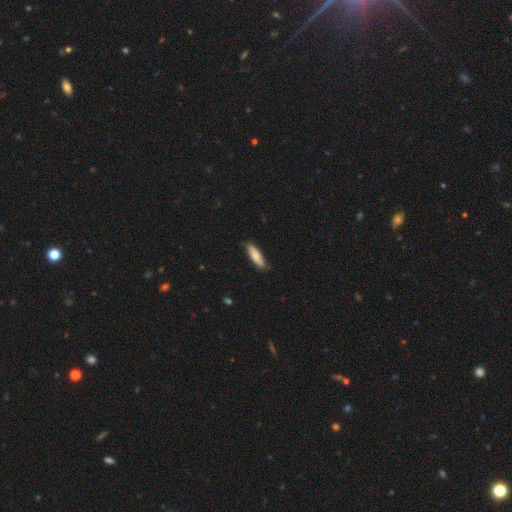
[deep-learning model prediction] A smooth galaxy with no disk features (69%) that is cigar-shaped (54%). Merging: none (79%).